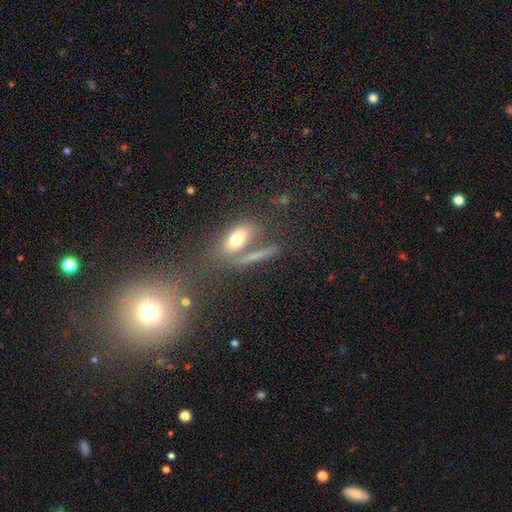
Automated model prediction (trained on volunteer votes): smooth_or_featured: smooth (p=0.60) [alt: featured or disk p=0.24]
how_rounded: in between (p=0.51) [alt: cigar-shaped p=0.36]
merging: none (p=0.56) [alt: merger p=0.24]